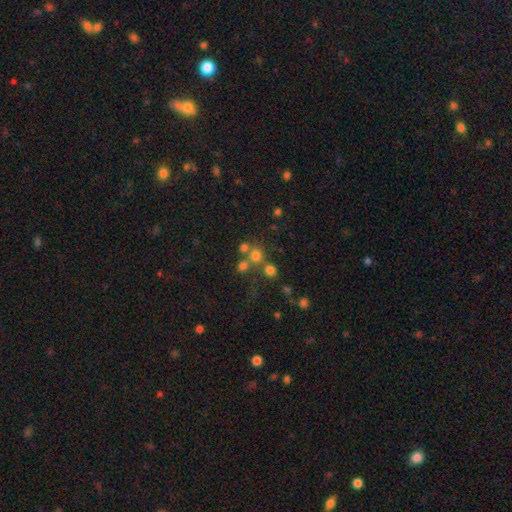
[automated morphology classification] This appears to be a smooth galaxy with no disk features (68%) that is round (88%). Merging: none (61%).